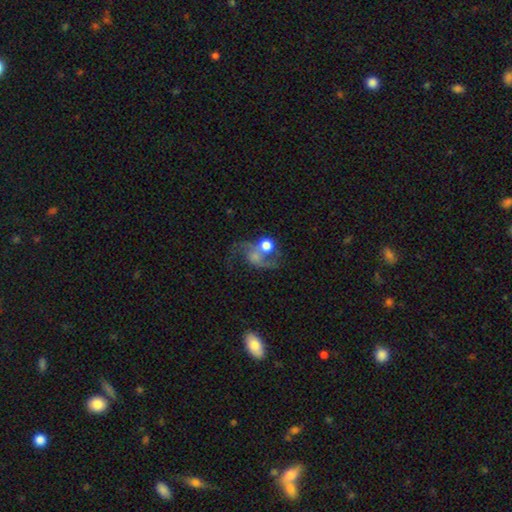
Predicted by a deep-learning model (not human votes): Q: Smooth or featured?
A: featured or disk (64%); runner-up: smooth (24%)
Q: Edge-on disk?
A: no (97%); runner-up: yes (3%)
Q: Bar?
A: no (68%); runner-up: weak (26%)
Q: Spiral arms?
A: yes (82%); runner-up: no (18%)
Q: Spiral winding?
A: loose (65%); runner-up: medium (28%)
Q: Spiral arm count?
A: 2 (83%); runner-up: 1 (8%)
Q: Bulge size?
A: moderate (41%); runner-up: small (25%)
Q: Merging?
A: none (39%); runner-up: merger (24%)